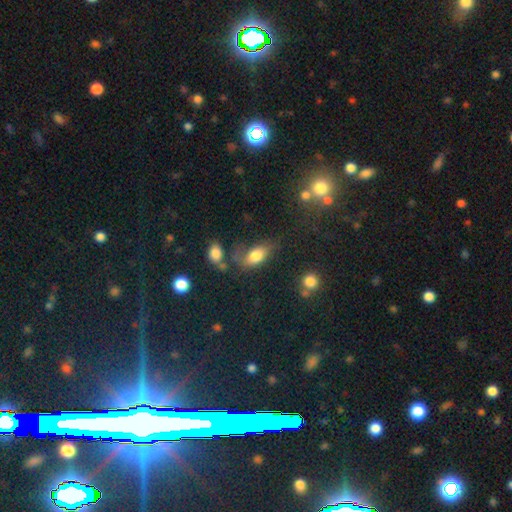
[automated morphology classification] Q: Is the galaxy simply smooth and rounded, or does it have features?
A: smooth — 74%.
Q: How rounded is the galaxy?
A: in between — 87%.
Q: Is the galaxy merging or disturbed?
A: none — 40%.